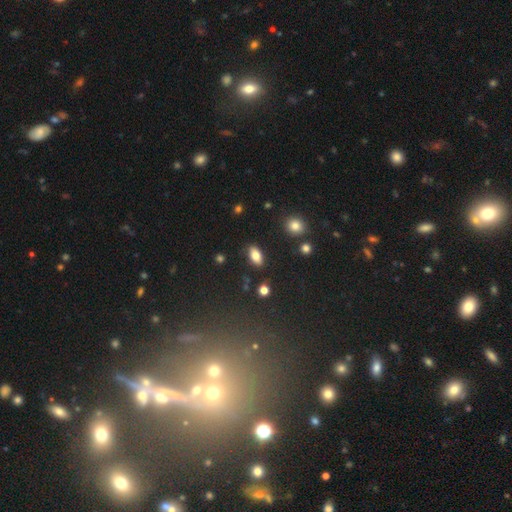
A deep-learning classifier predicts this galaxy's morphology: A smooth galaxy with no disk features (80%) that is in between round and cigar-shaped (90%). Merging: none (86%).